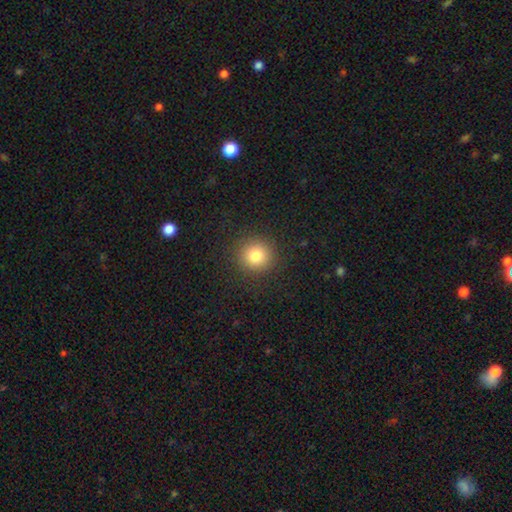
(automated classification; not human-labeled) smooth-or-featured: smooth: 81% | star or artifact: 12% | featured or disk: 7%
  how-rounded: round: 93% | in between: 6% | cigar-shaped: 1%
  merging: none: 91% | minor disturbance: 6% | major disturbance: 3% | merger: 1%